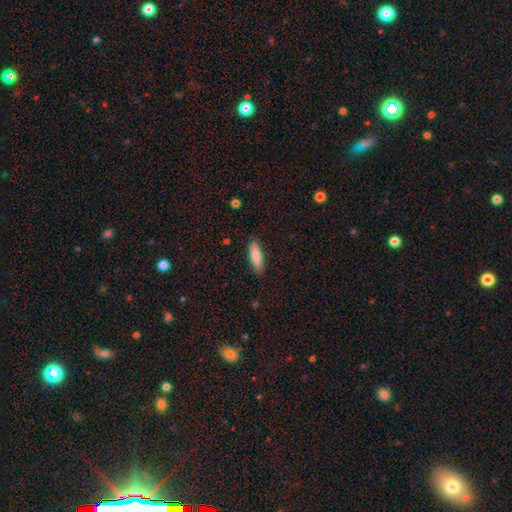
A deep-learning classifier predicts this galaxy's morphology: Smooth or featured? Predicted: smooth (p=0.83). How rounded? Predicted: in between (p=0.49, tied with cigar-shaped). Merging? Predicted: none (p=0.88).